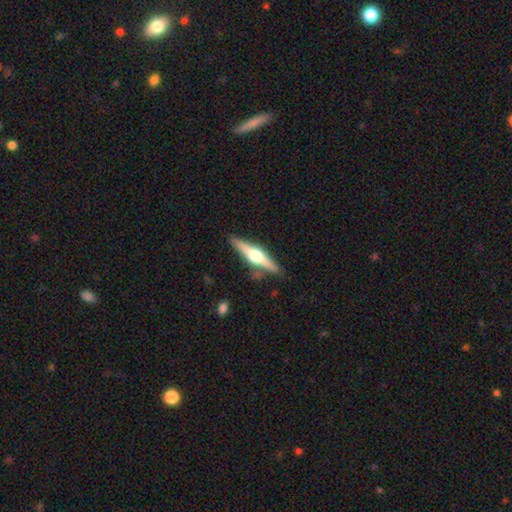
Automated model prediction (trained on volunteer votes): smooth-or-featured: featured or disk: 72% | smooth: 22% | star or artifact: 5%
  disk-edge-on: yes: 97% | no: 3%
    edge-on-bulge: rounded: 94% | boxy: 4% | none: 2%
  merging: none: 86% | minor disturbance: 10% | merger: 2% | major disturbance: 2%